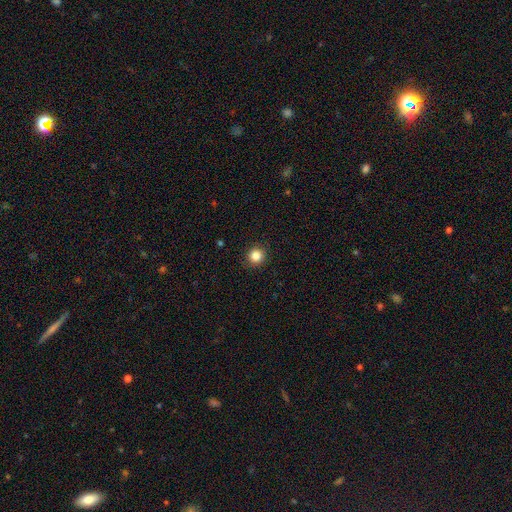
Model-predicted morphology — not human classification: This appears to be a smooth galaxy with no disk features (85%) that is round (92%). Merging: none (90%).